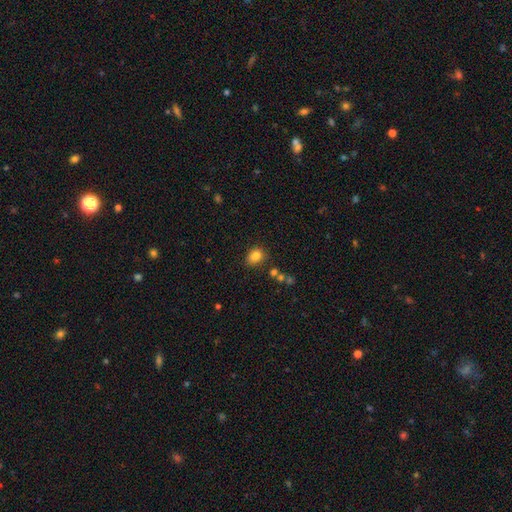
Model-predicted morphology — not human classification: Smooth or featured?
  - smooth: 82% *
  - star or artifact: 11%
  - featured or disk: 6%
How rounded?
  - in between: 60% *
  - round: 39%
  - cigar-shaped: 1%
Merging?
  - none: 73% *
  - minor disturbance: 17%
  - merger: 6%
  - major disturbance: 4%